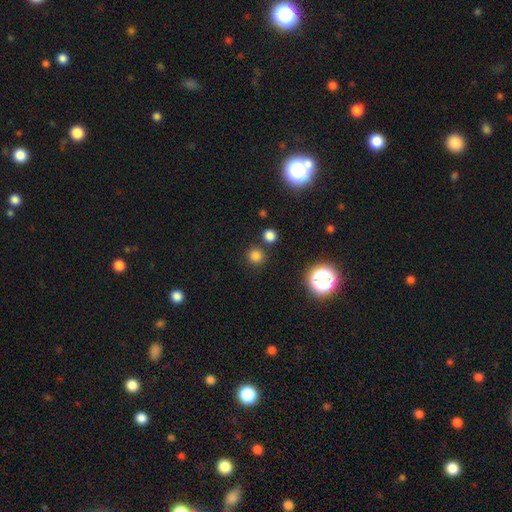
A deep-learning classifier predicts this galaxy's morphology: Smooth or featured? smooth (77%)
How rounded? round (92%)
Merging? none (81%)